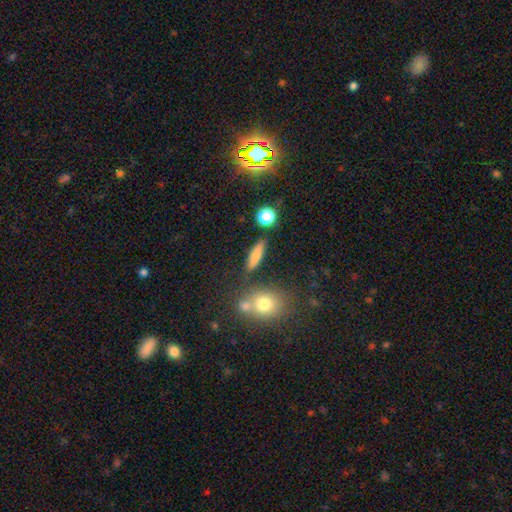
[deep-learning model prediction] A smooth galaxy with no disk features (74%) that is cigar-shaped (68%).

Vote fractions:
- Smooth or featured? smooth: 74% / featured or disk: 15% / star or artifact: 10%
- How rounded? cigar-shaped: 68% / in between: 26% / round: 6%
- Merging? none: 81% / minor disturbance: 11% / merger: 5% / major disturbance: 4%